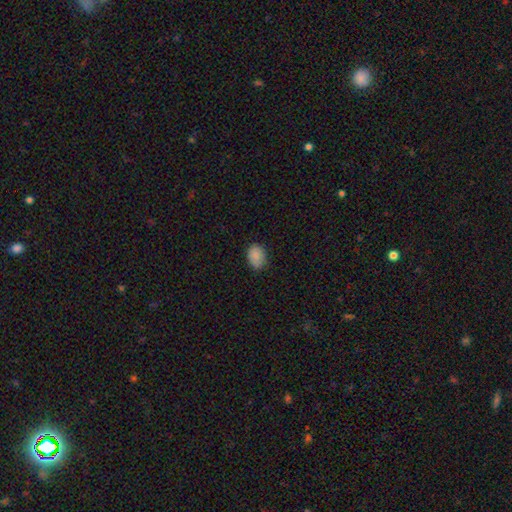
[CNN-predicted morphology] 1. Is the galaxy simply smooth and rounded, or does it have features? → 87% smooth, 9% star or artifact, 4% featured or disk.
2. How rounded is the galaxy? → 70% in between, 29% round, 1% cigar-shaped.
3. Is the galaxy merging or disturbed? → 78% none, 18% minor disturbance, 3% major disturbance, 1% merger.